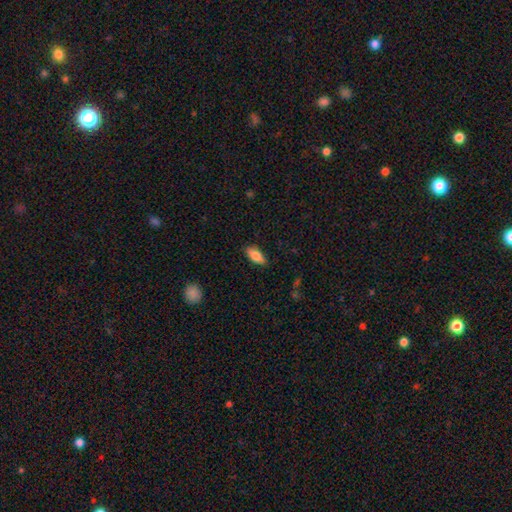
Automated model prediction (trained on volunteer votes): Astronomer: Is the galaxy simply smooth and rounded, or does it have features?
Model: smooth — 81%.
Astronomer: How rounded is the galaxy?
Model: in between — 80%.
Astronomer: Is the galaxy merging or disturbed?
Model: none — 86%.